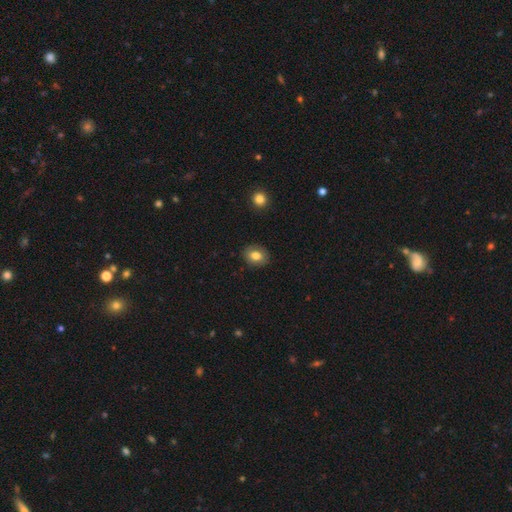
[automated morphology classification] Smooth or featured? smooth (79%)
How rounded? round (52%)
Merging? none (87%)